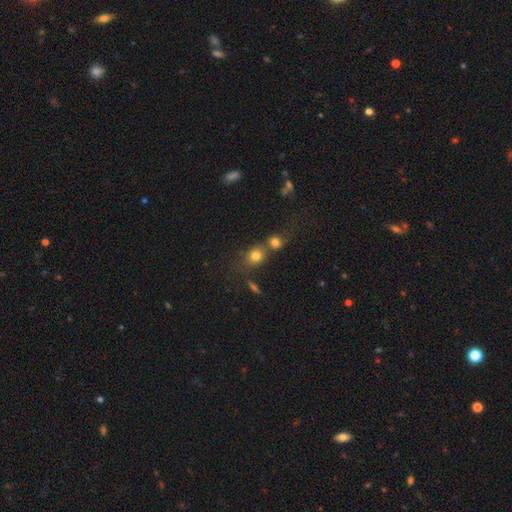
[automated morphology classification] Smooth or featured: smooth — 77% (star or artifact — 13%)
How rounded: round — 69% (in between — 29%)
Merging: merger — 45% (none — 41%)